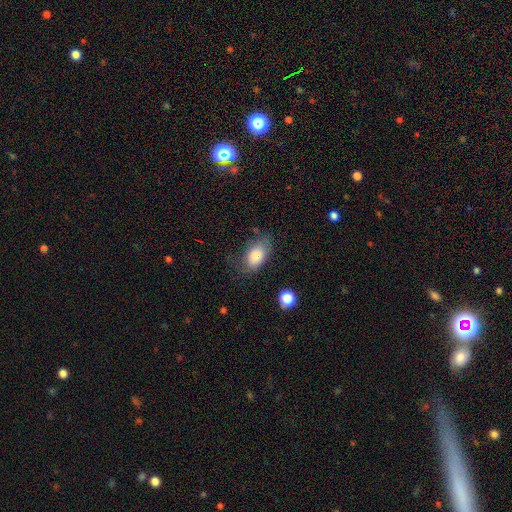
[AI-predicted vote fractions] smooth_or_featured: smooth (p=0.78) [alt: featured or disk p=0.14]
how_rounded: in between (p=0.90) [alt: round p=0.08]
merging: none (p=0.54) [alt: minor disturbance p=0.28]